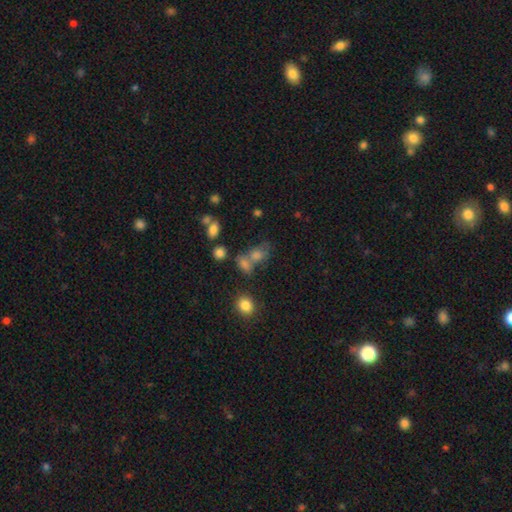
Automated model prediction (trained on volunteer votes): Q: Smooth or featured?
A: smooth (57%); runner-up: star or artifact (27%)
Q: How rounded?
A: in between (51%); runner-up: round (46%)
Q: Merging?
A: none (40%); runner-up: merger (36%)